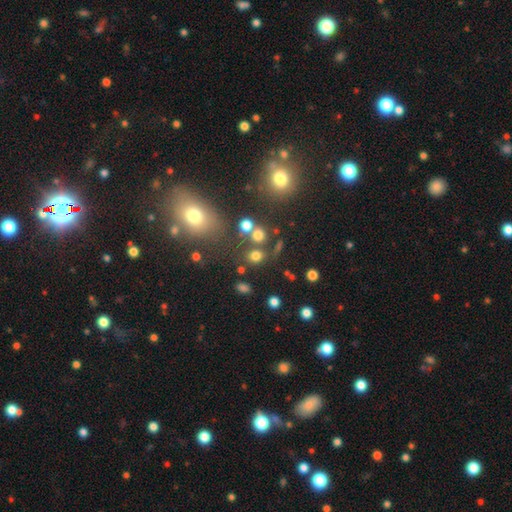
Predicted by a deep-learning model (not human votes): This is likely a smooth galaxy (72%). How rounded: likely round (75%). Merging: likely none (67%).